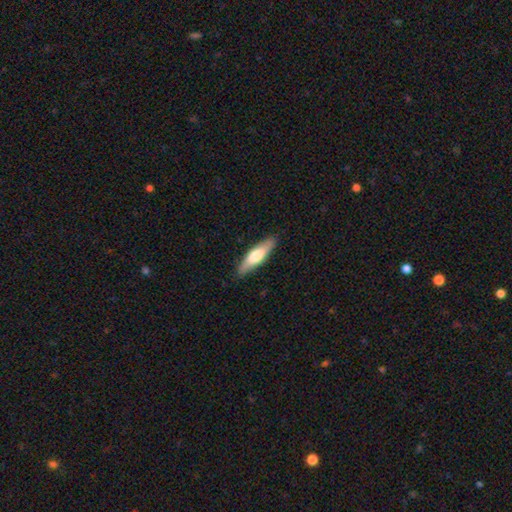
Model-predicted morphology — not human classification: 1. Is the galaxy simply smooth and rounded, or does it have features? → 63% smooth, 32% featured or disk, 5% star or artifact.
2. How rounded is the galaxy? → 65% cigar-shaped, 33% in between, 2% round.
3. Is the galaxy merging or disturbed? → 87% none, 10% minor disturbance, 2% major disturbance, 1% merger.